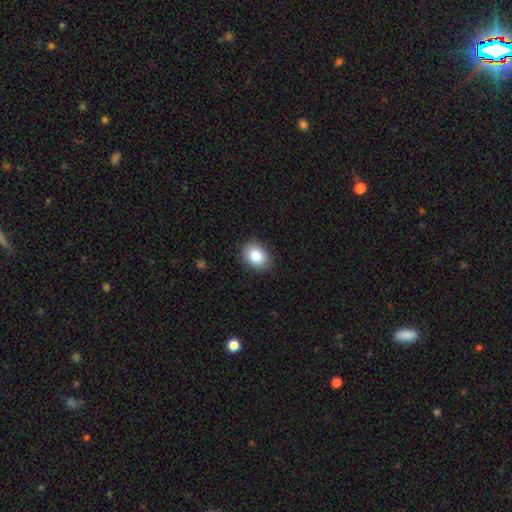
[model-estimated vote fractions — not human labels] smooth-or-featured: smooth: 85% | star or artifact: 8% | featured or disk: 7%
  how-rounded: in between: 56% | round: 43% | cigar-shaped: 1%
  merging: none: 88% | minor disturbance: 9% | major disturbance: 2% | merger: 1%